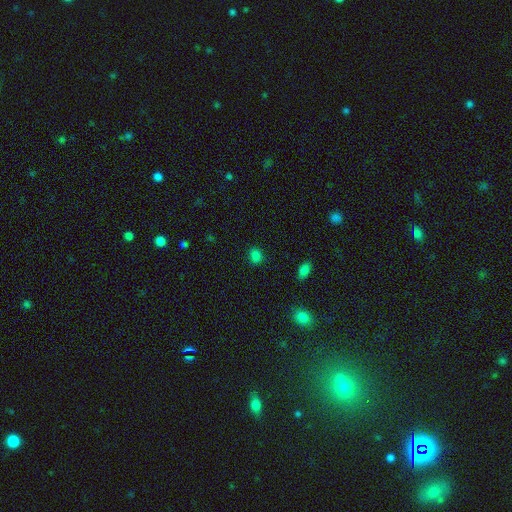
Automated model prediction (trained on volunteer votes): Smooth or featured? Predicted: smooth (p=0.79). How rounded? Predicted: round (p=0.55). Merging? Predicted: none (p=0.84).